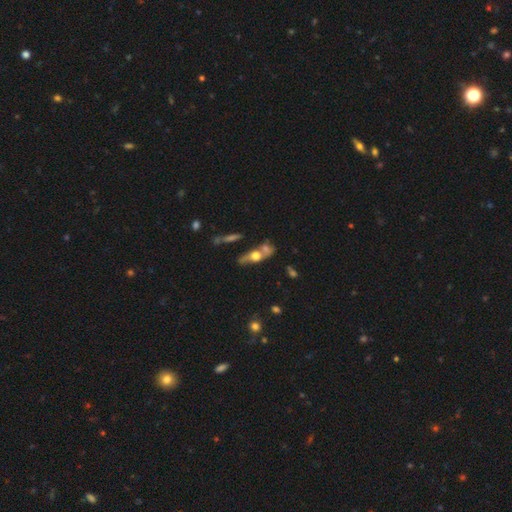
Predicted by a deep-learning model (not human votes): smooth-or-featured: featured or disk: 47% | smooth: 42% | star or artifact: 10%
  merging: none: 40% (tied) | merger: 40% (tied) | minor disturbance: 13% | major disturbance: 7%